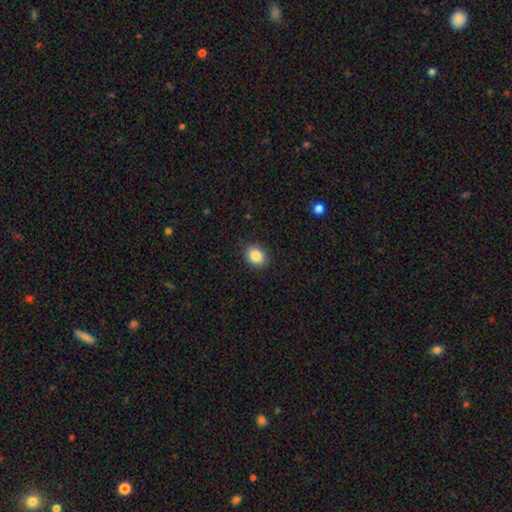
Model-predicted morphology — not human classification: Smooth or featured? Predicted: smooth (p=0.87). How rounded? Predicted: in between (p=0.53). Merging? Predicted: none (p=0.89).